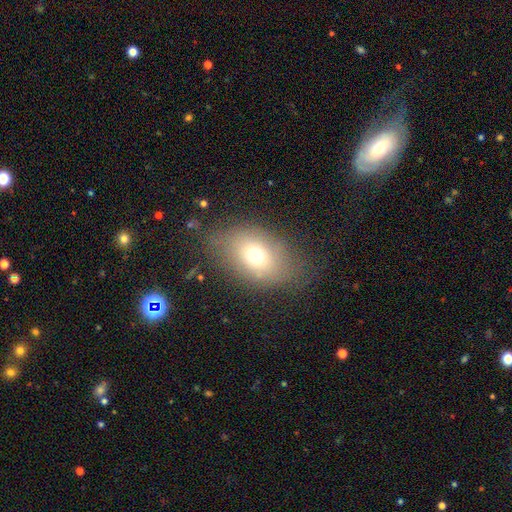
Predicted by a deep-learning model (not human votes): Smooth or featured? smooth (68%)
How rounded? in between (76%)
Merging? none (68%)